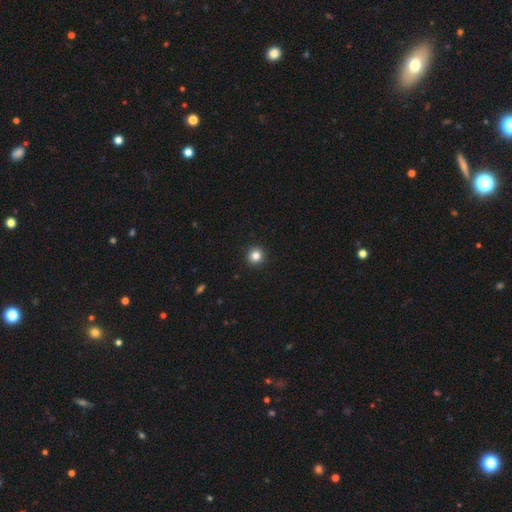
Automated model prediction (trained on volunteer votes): Q: Smooth or featured?
A: smooth (83%); runner-up: star or artifact (12%)
Q: How rounded?
A: round (95%); runner-up: in between (4%)
Q: Merging?
A: none (93%); runner-up: minor disturbance (4%)